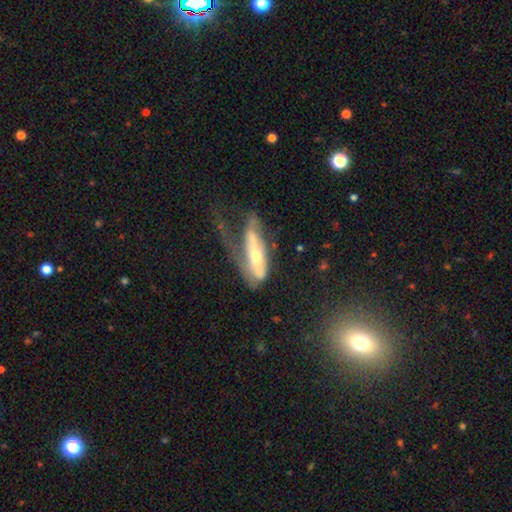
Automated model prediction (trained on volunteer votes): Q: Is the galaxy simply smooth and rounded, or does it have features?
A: featured or disk — 54%.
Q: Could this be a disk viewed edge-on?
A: no — 68%.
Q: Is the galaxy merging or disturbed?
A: major disturbance — 52%.